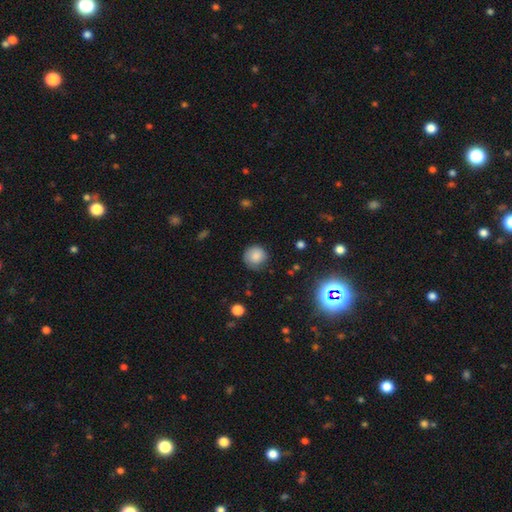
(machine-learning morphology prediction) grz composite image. It shows a smooth galaxy with no disk features (83%) that is round (92%). Merging: none (76%).